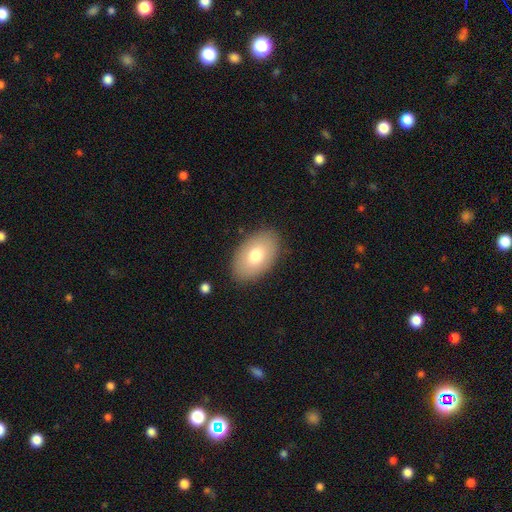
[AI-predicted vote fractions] Smooth or featured: smooth — 73% (featured or disk — 20%)
How rounded: in between — 91% (round — 8%)
Merging: none — 86% (minor disturbance — 10%)